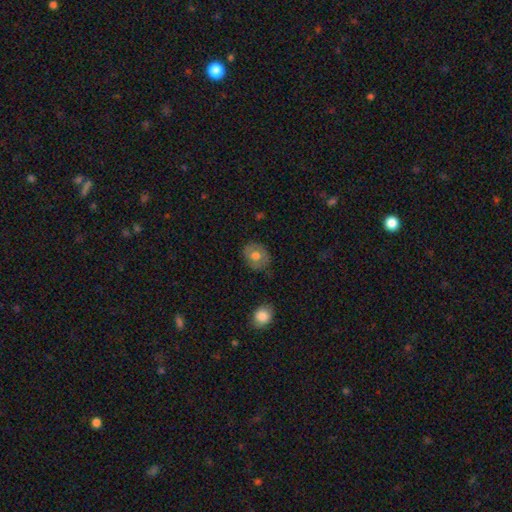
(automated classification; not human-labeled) Overall: smooth (63%; featured or disk 29%). How rounded: round (58%; in between 41%). Merging: none (73%).